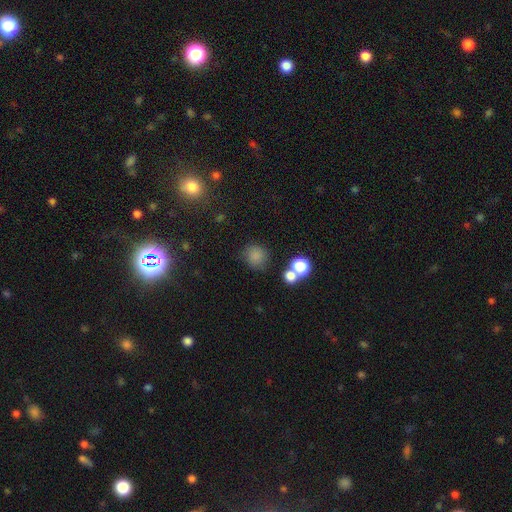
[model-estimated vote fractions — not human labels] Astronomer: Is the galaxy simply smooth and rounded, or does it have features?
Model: smooth — 80%.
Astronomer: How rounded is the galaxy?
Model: round — 87%.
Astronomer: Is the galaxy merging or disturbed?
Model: none — 72%.